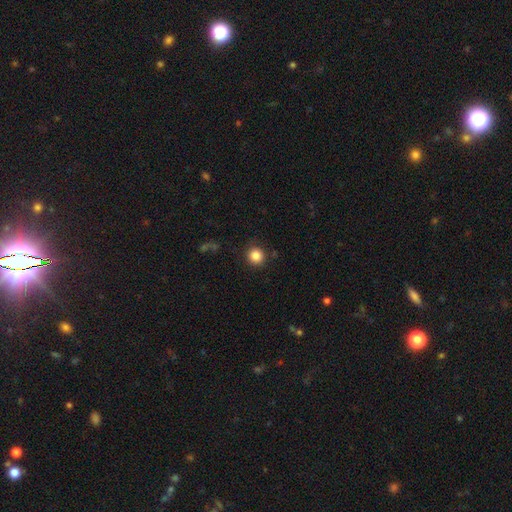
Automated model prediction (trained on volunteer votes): Smooth or featured?
  - smooth: 85% *
  - star or artifact: 11%
  - featured or disk: 4%
How rounded?
  - round: 92% *
  - in between: 7%
  - cigar-shaped: 1%
Merging?
  - none: 88% *
  - minor disturbance: 7%
  - major disturbance: 3%
  - merger: 2%